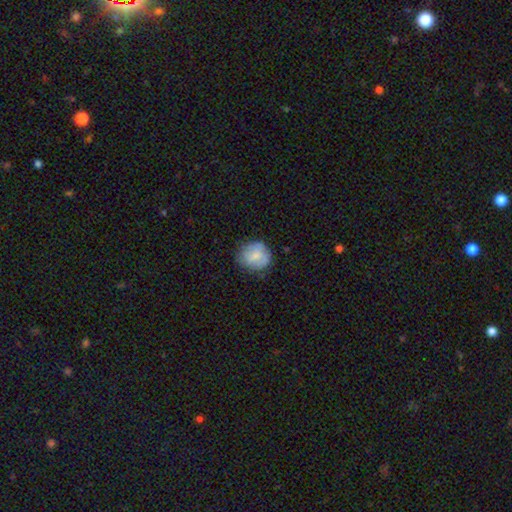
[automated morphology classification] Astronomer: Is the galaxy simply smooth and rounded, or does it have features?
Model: smooth — 72%.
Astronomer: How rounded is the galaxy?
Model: round — 79%.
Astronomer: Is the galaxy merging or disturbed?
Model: none — 69%.